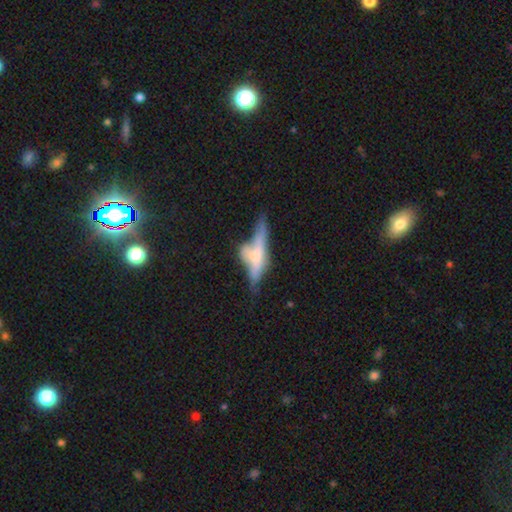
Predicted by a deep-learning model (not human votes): Morphology: type=featured or disk (54%); edge-on=yes (75%); merging=none (35%).